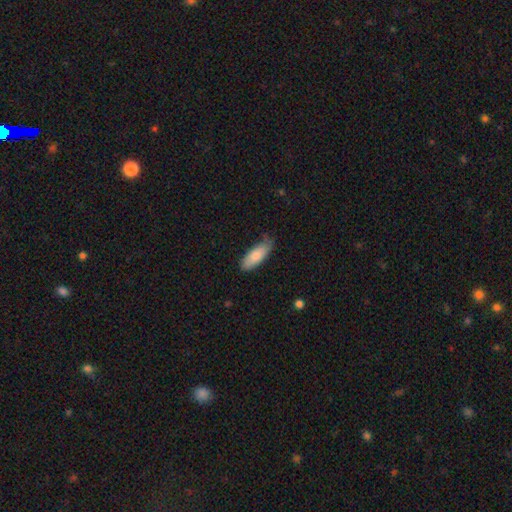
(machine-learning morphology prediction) Smooth or featured: smooth — 83% (featured or disk — 11%)
How rounded: in between — 72% (cigar-shaped — 26%)
Merging: none — 65% (minor disturbance — 29%)